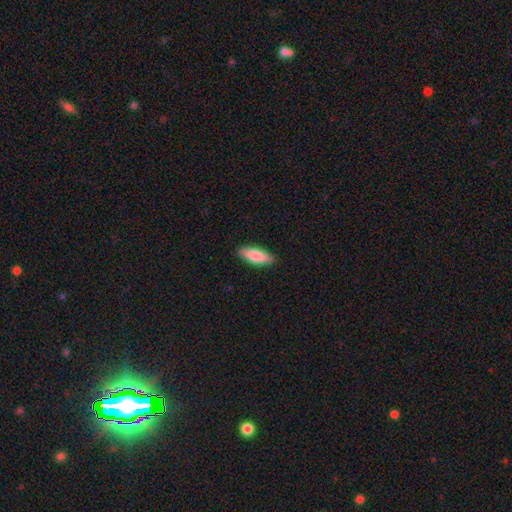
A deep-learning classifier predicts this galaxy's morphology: type=smooth (83%); roundness=in between (70%); merging=none (88%).